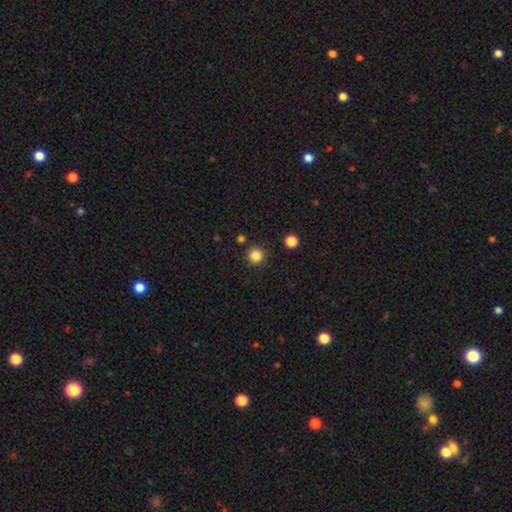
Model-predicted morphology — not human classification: smooth_or_featured: smooth (p=0.85) [alt: star or artifact p=0.12]
how_rounded: round (p=0.95) [alt: in between p=0.04]
merging: none (p=0.89) [alt: minor disturbance p=0.06]